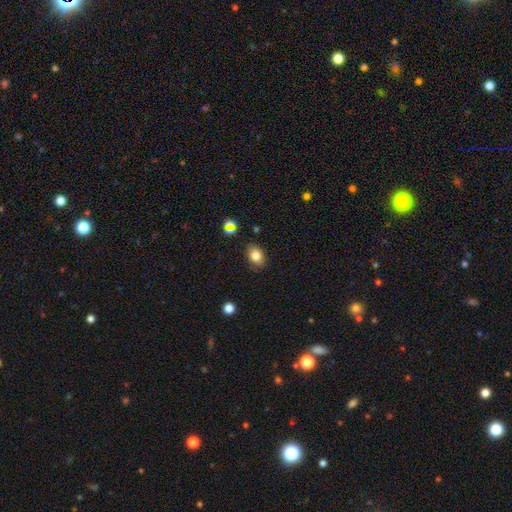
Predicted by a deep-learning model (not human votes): Smooth or featured? smooth (80%)
How rounded? in between (74%)
Merging? none (84%)